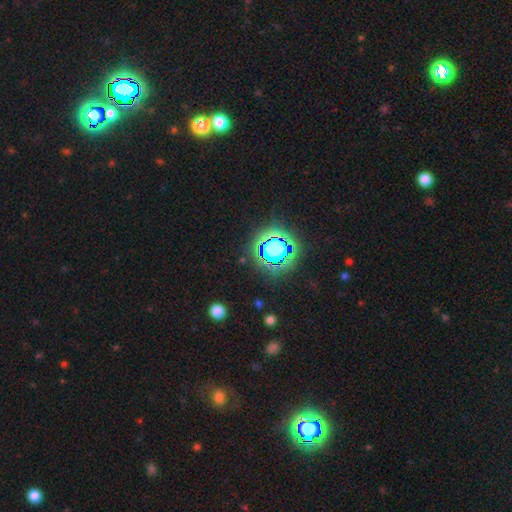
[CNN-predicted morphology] A star or artifact, not a galaxy (77%).

Vote fractions:
- Smooth or featured? star or artifact: 77% / smooth: 15% / featured or disk: 8%